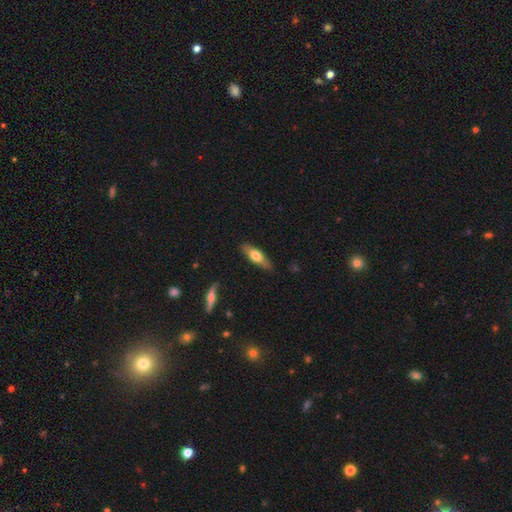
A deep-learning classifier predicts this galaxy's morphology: Smooth or featured?
  - smooth: 56% *
  - featured or disk: 39%
  - star or artifact: 6%
How rounded?
  - cigar-shaped: 54% *
  - in between: 43%
  - round: 2%
Merging?
  - none: 84% *
  - minor disturbance: 12%
  - major disturbance: 2%
  - merger: 2%